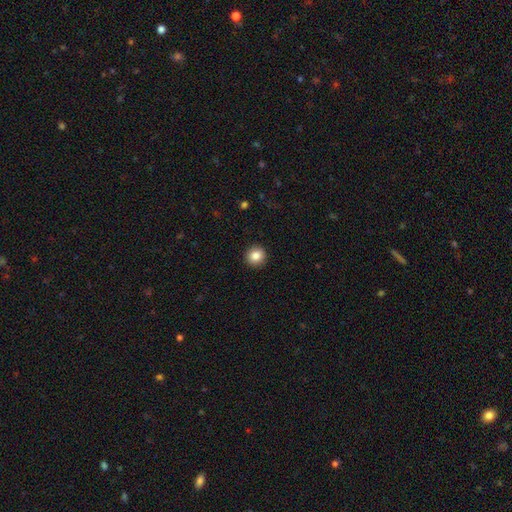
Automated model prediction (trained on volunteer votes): Smooth or featured: smooth — 85% (star or artifact — 9%)
How rounded: round — 94% (in between — 5%)
Merging: none — 93% (minor disturbance — 5%)